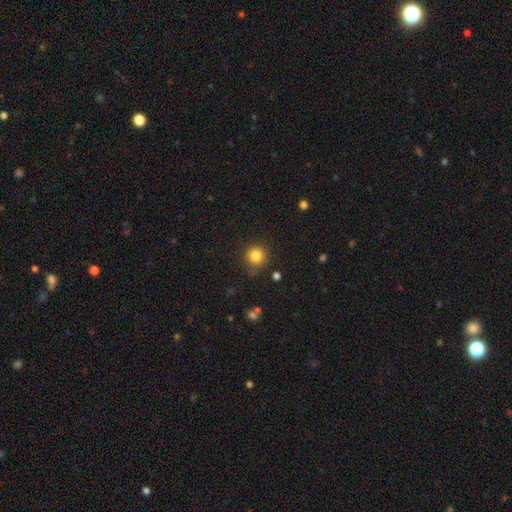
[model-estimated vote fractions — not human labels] A smooth galaxy with no disk features (84%) that is round (94%).

Vote fractions:
- Smooth or featured? smooth: 84% / star or artifact: 11% / featured or disk: 5%
- How rounded? round: 94% / in between: 6% / cigar-shaped: 1%
- Merging? none: 84% / minor disturbance: 10% / major disturbance: 3% / merger: 2%